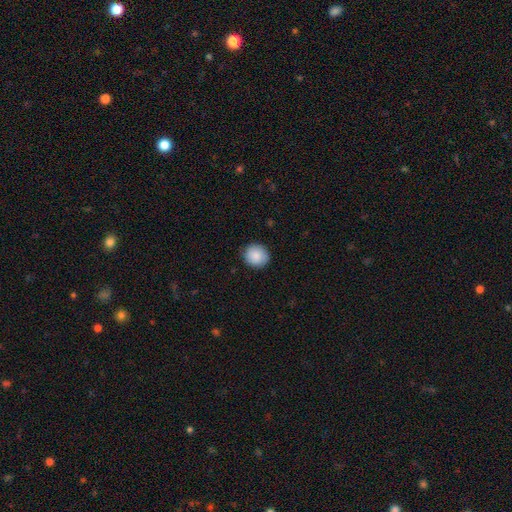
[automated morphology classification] The model was most divided on "how rounded": round: 88%, in between: 11%, cigar-shaped: 1%. More confident: merging — none (88%); smooth or featured — smooth (88%).